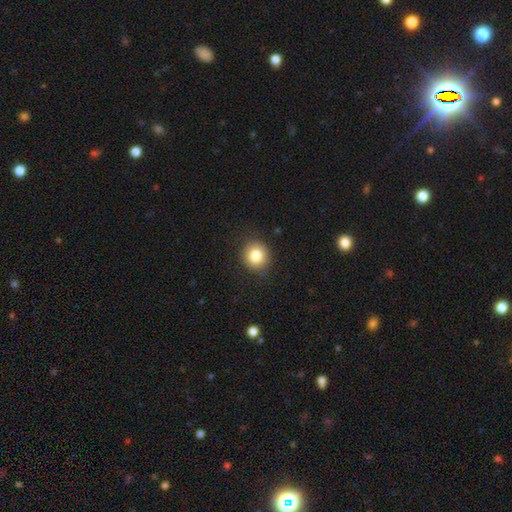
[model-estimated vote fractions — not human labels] This appears to be a smooth galaxy with no disk features (82%) that is round (88%). Merging: none (88%).